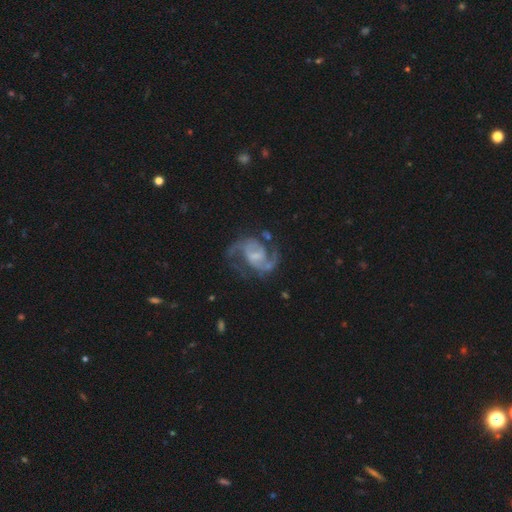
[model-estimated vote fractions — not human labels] Smooth or featured: featured or disk — 90% (star or artifact — 5%)
Edge-on disk: no — 98% (yes — 2%)
Bar: weak — 54% (no — 28%)
Spiral arms: yes — 97% (no — 3%)
Spiral winding: medium — 59% (loose — 23%)
Spiral arm count: 2 — 89% (can't tell — 3%)
Bulge size: small — 45% (moderate — 25%)
Merging: none — 66% (minor disturbance — 17%)